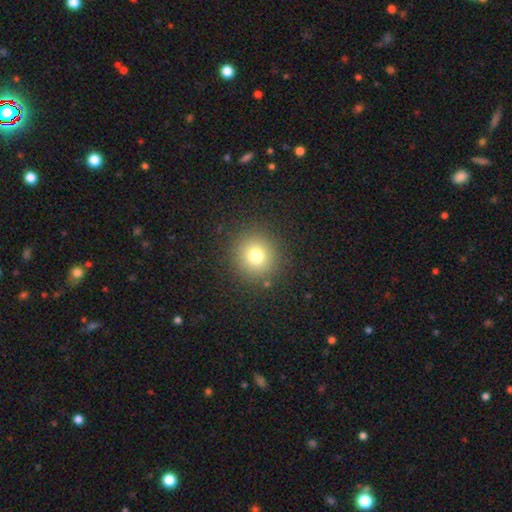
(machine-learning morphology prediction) type=smooth (75%); roundness=round (93%); merging=none (90%).